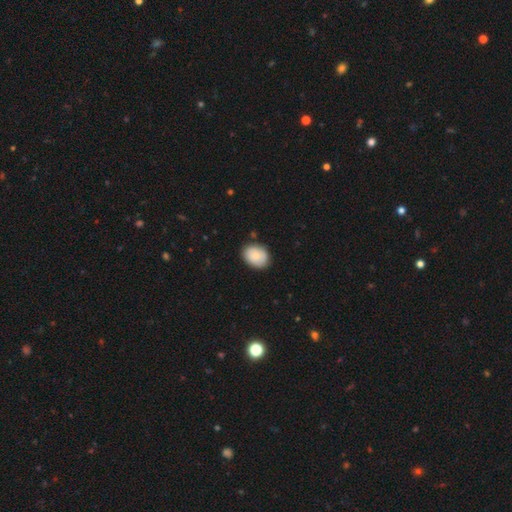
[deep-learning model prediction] The model was most divided on "how rounded": in between: 66%, round: 33%, cigar-shaped: 1%. More confident: merging — none (83%); smooth or featured — smooth (83%).